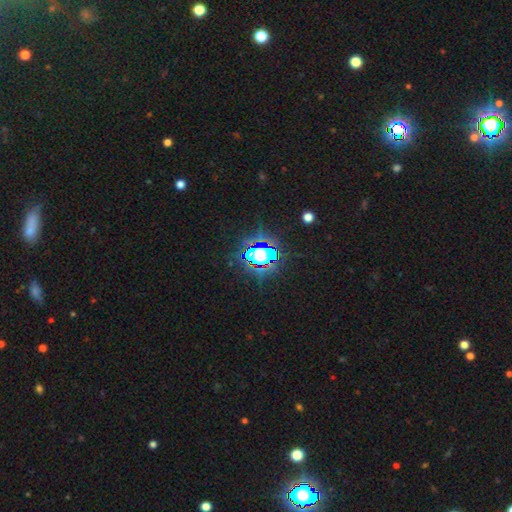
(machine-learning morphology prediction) Smooth or featured?
  - star or artifact: 67% *
  - smooth: 21%
  - featured or disk: 13%